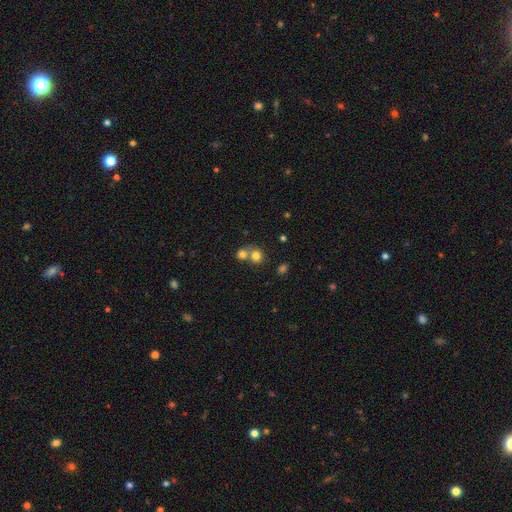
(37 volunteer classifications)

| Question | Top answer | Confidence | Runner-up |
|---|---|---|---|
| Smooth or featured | smooth | 70% | featured or disk (22%) |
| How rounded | round | 85% | in between (15%) |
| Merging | merger | 50% | none (41%) |